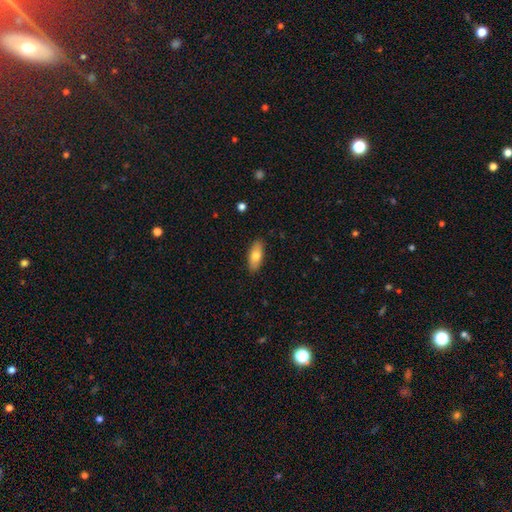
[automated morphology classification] Smooth or featured?
  - smooth: 75% *
  - featured or disk: 19%
  - star or artifact: 6%
How rounded?
  - in between: 80% *
  - cigar-shaped: 17%
  - round: 3%
Merging?
  - none: 88% *
  - minor disturbance: 9%
  - major disturbance: 2%
  - merger: 1%